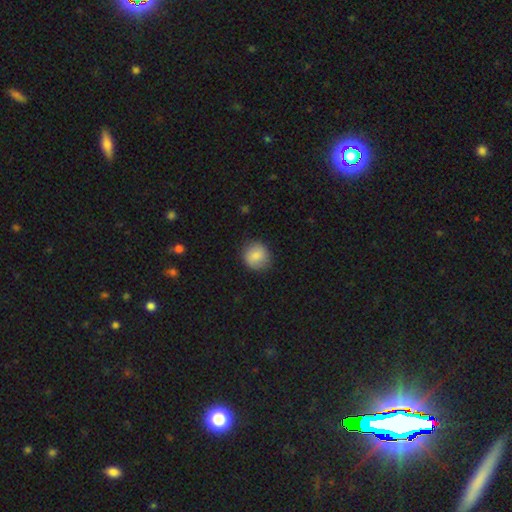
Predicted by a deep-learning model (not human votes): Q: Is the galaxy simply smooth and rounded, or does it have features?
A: smooth — 85%.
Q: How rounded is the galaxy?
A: round — 88%.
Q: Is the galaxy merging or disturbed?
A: none — 86%.